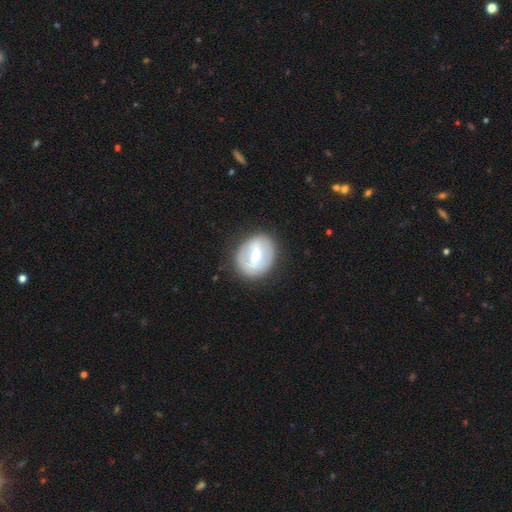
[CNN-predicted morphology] Smooth or featured? featured or disk (55%)
Edge-on disk? no (93%)
Bar? strong (54%)
Spiral arms? no (73%)
Bulge size? moderate (60%)
Merging? none (80%)